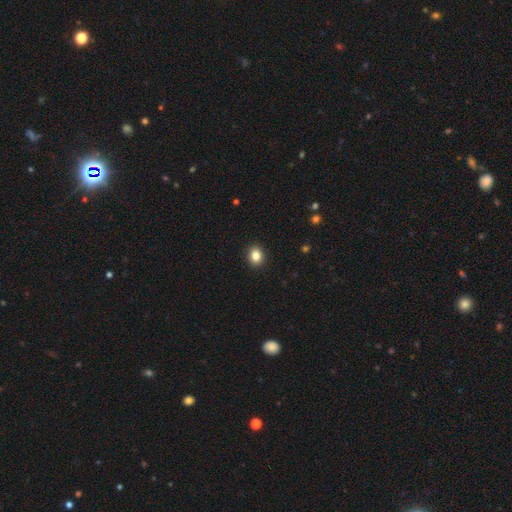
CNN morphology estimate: A smooth galaxy with no disk features (84%) that is round (60%). Merging: none (92%).